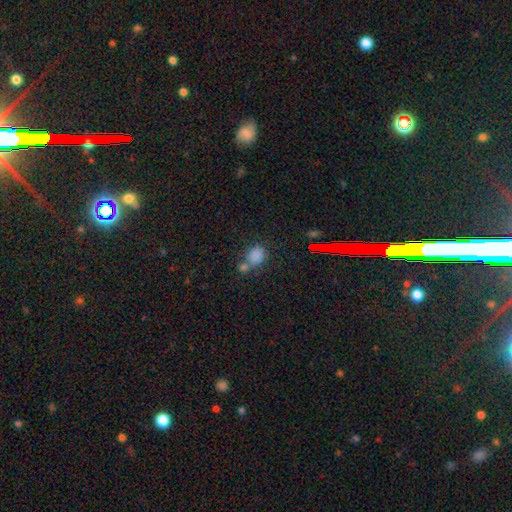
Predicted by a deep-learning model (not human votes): Smooth or featured: smooth — 78% (star or artifact — 16%)
How rounded: round — 61% (in between — 38%)
Merging: none — 48% (merger — 33%)